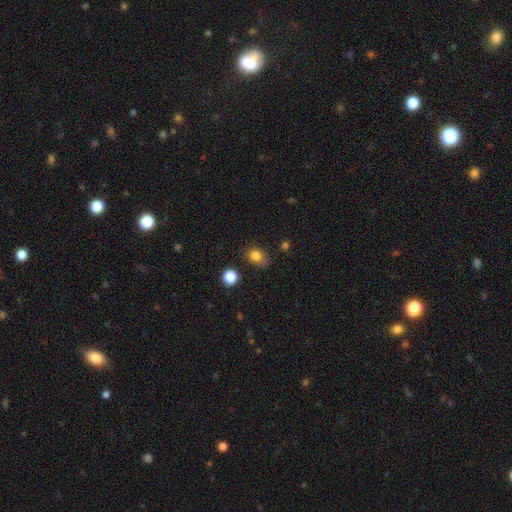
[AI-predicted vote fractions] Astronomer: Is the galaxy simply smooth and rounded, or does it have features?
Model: smooth — 82%.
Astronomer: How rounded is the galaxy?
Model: round — 60% (runner-up: in between, 39%).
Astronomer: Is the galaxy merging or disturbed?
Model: none — 66%.